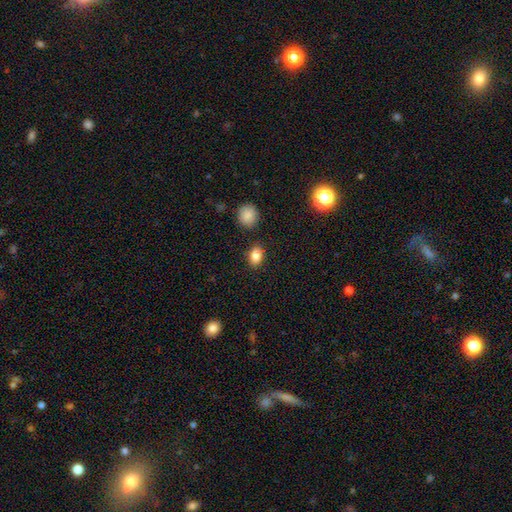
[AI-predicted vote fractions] Q: Smooth or featured?
A: smooth (85%); runner-up: star or artifact (10%)
Q: How rounded?
A: in between (78%); runner-up: round (21%)
Q: Merging?
A: none (83%); runner-up: minor disturbance (10%)